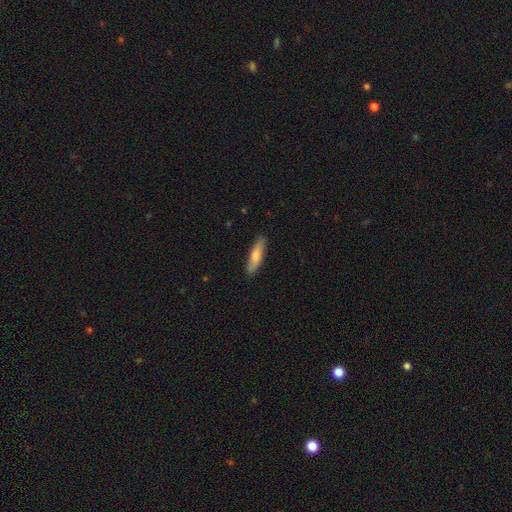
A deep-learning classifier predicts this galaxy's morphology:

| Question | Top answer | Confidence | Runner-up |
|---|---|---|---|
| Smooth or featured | smooth | 74% | featured or disk (21%) |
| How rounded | cigar-shaped | 73% | in between (25%) |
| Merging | none | 87% | minor disturbance (10%) |